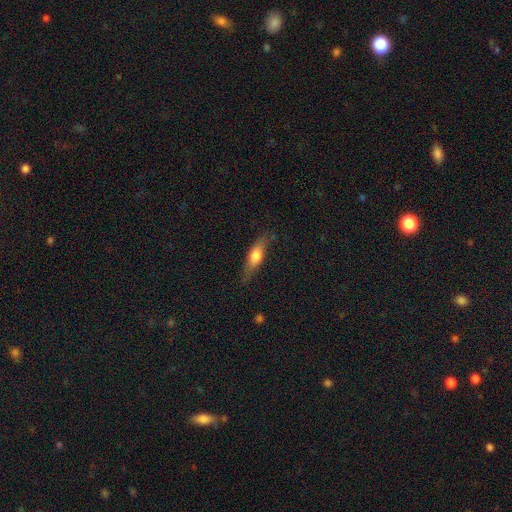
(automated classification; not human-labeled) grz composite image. It shows a smooth galaxy with no disk features (63%) that is cigar-shaped (49%). Merging: none (74%).